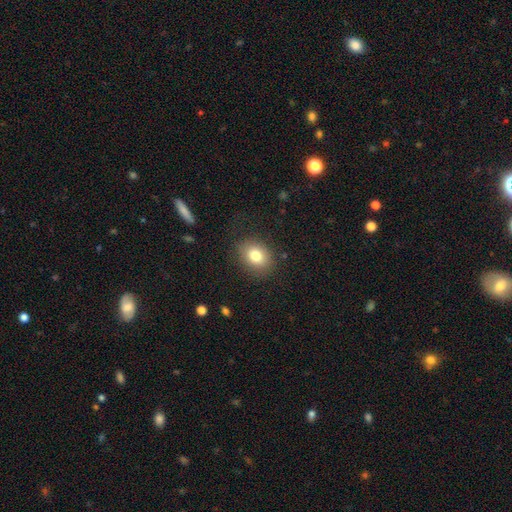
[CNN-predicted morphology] Smooth or featured? Predicted: smooth (p=0.80). How rounded? Predicted: in between (p=0.51). Merging? Predicted: none (p=0.83).